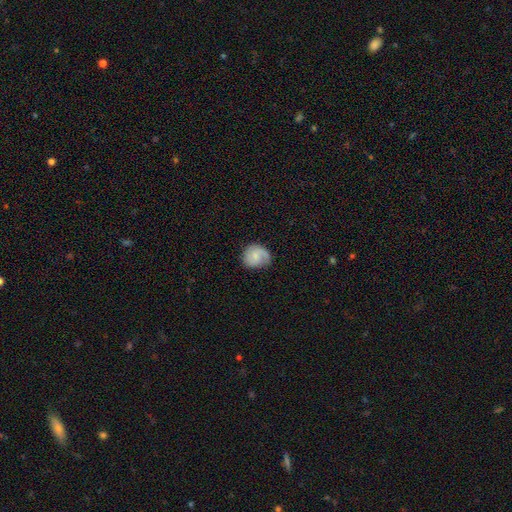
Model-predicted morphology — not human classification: Q: Smooth or featured?
A: smooth (54%); runner-up: featured or disk (38%)
Q: How rounded?
A: round (74%); runner-up: in between (25%)
Q: Merging?
A: none (62%); runner-up: minor disturbance (26%)